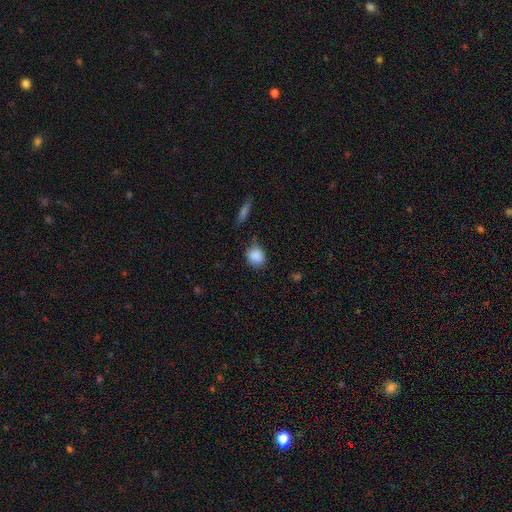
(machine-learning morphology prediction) This is clearly a smooth galaxy (87%). How rounded: likely round (68%). Merging: likely none (66%).